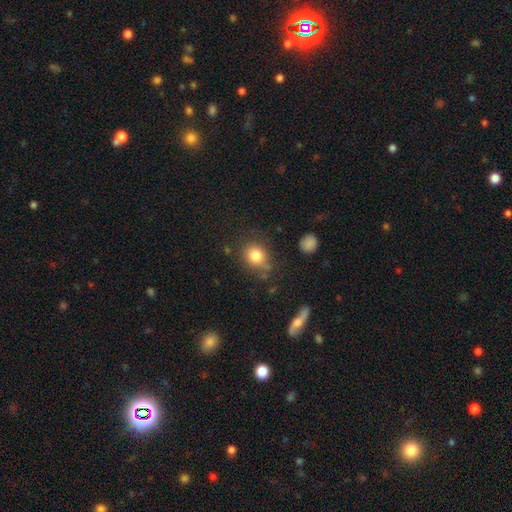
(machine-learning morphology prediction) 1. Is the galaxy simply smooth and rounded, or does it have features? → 82% smooth, 11% star or artifact, 8% featured or disk.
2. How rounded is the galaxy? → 68% round, 31% in between, 1% cigar-shaped.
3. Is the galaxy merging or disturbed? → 71% none, 18% minor disturbance, 6% major disturbance, 5% merger.